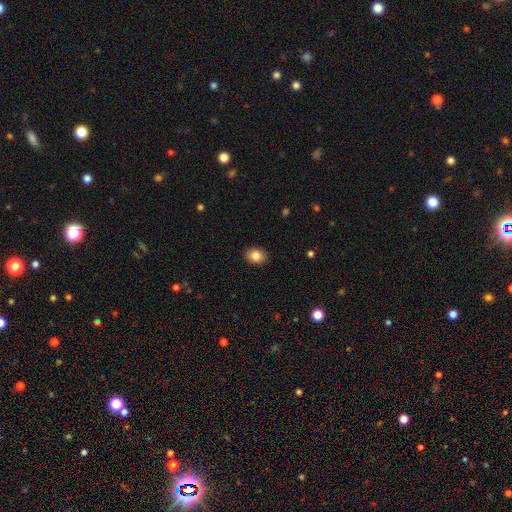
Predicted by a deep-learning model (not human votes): Smooth or featured? Predicted: smooth (p=0.84). How rounded? Predicted: in between (p=0.54). Merging? Predicted: none (p=0.90).